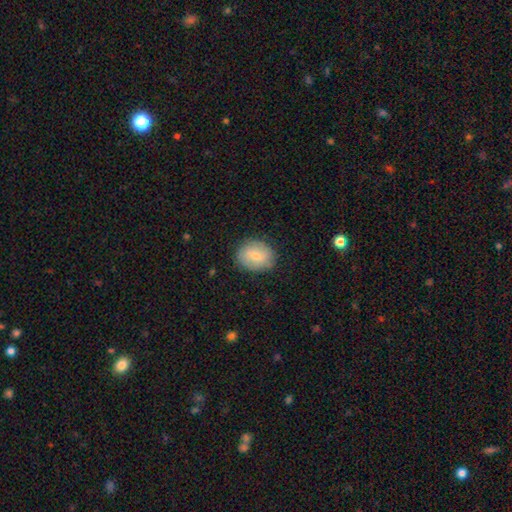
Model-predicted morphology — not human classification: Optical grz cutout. It shows a smooth galaxy with no disk features (73%) that is in between round and cigar-shaped (53%). Merging: none (84%).